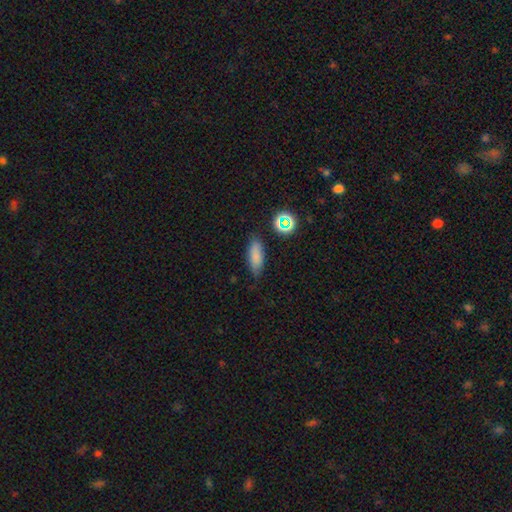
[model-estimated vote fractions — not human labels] Smooth or featured: smooth — 79% (star or artifact — 11%)
How rounded: in between — 70% (cigar-shaped — 26%)
Merging: none — 75% (minor disturbance — 18%)